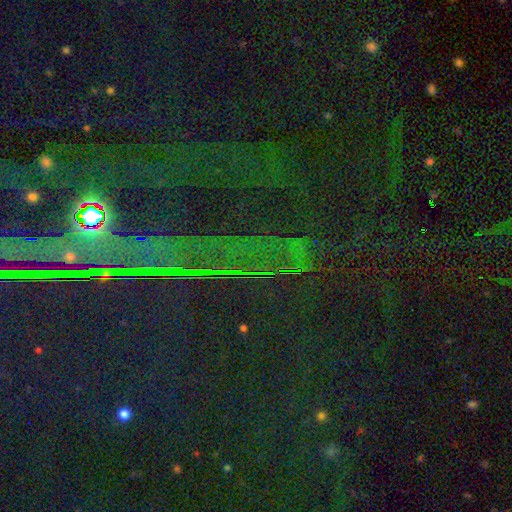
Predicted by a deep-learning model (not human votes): Smooth or featured? Predicted: star or artifact (p=0.85).